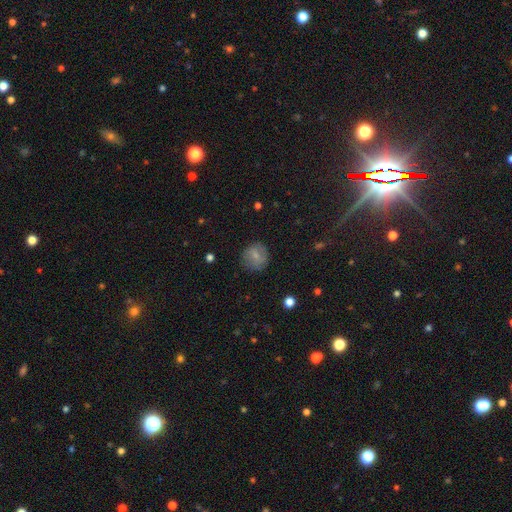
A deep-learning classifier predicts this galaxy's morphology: smooth-or-featured: smooth: 69% | featured or disk: 23% | star or artifact: 9%
  how-rounded: round: 84% | in between: 15% | cigar-shaped: 1%
  merging: none: 80% | minor disturbance: 14% | major disturbance: 5% | merger: 1%